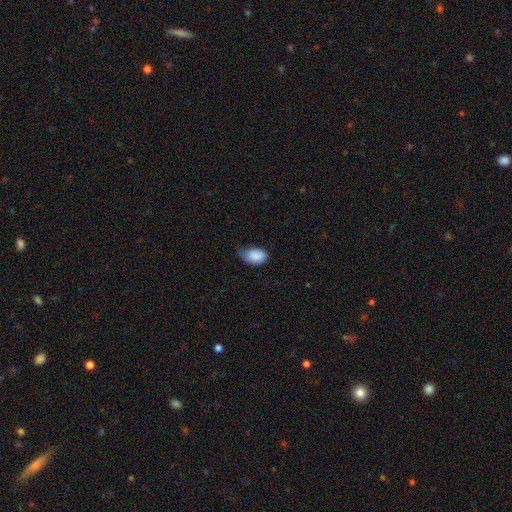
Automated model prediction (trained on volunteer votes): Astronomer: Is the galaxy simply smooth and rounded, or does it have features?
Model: smooth — 89%.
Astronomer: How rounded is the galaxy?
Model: in between — 90%.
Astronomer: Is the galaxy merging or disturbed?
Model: none — 49% (runner-up: minor disturbance, 41%).